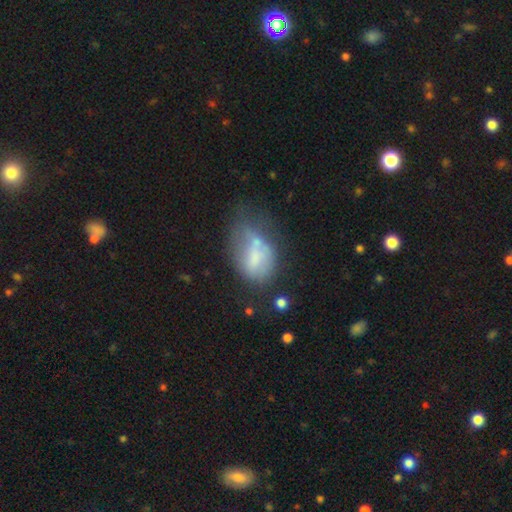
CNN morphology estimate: Smooth or featured? Predicted: smooth (p=0.53). How rounded? Predicted: in between (p=0.82). Merging? Predicted: major disturbance (p=0.28, tied with minor disturbance).